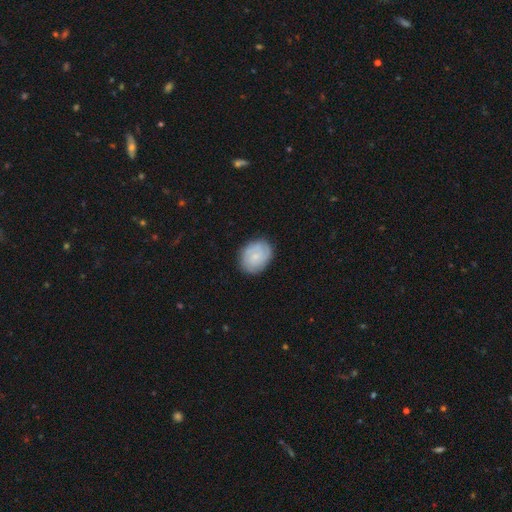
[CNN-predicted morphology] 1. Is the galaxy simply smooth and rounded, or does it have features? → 47% featured or disk, 46% smooth, 7% star or artifact.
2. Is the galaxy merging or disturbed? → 81% none, 14% minor disturbance, 3% major disturbance, 1% merger.